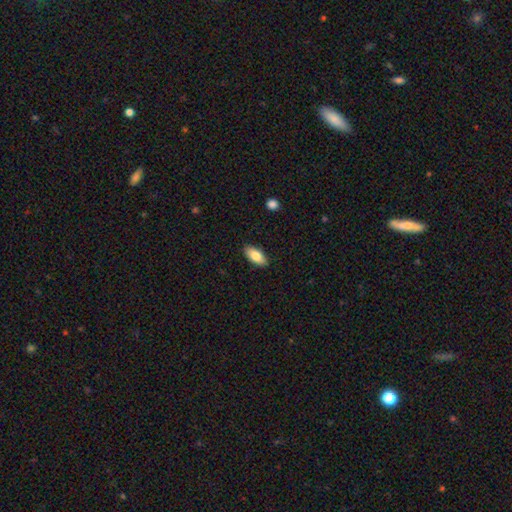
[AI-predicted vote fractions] Smooth or featured?
  - smooth: 81% *
  - featured or disk: 12%
  - star or artifact: 6%
How rounded?
  - in between: 90% *
  - cigar-shaped: 8%
  - round: 2%
Merging?
  - none: 89% *
  - minor disturbance: 8%
  - major disturbance: 2%
  - merger: 1%